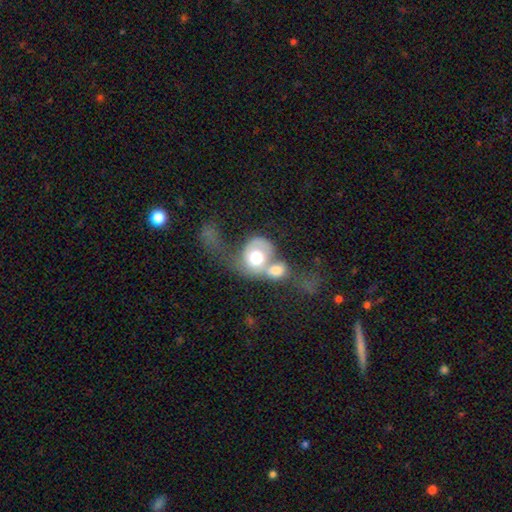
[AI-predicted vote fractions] Q: Smooth or featured?
A: smooth (50%); runner-up: featured or disk (42%)
Q: How rounded?
A: round (64%); runner-up: in between (35%)
Q: Merging?
A: merger (69%); runner-up: major disturbance (17%)